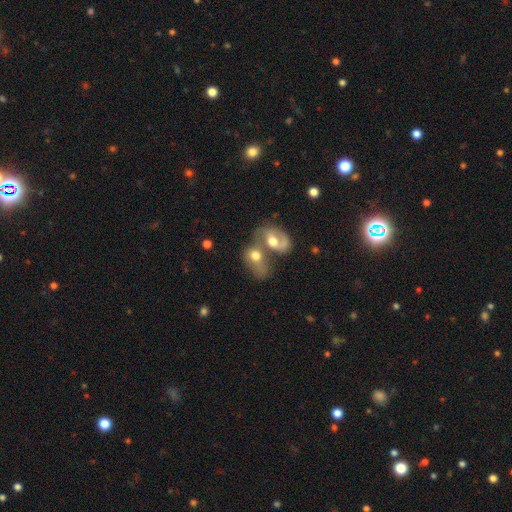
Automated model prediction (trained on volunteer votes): smooth 54%, featured or disk 37%, star or artifact 9%. Down the decision tree: how rounded — in between (69%); merging — merger (70%).